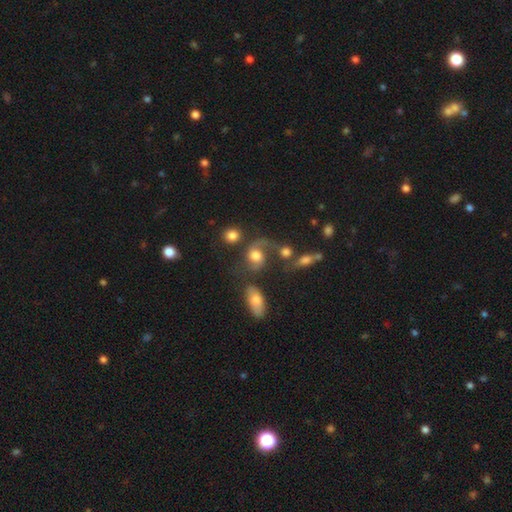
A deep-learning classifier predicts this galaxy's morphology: smooth-or-featured: featured or disk: 53% | smooth: 37% | star or artifact: 10%
  disk-edge-on: no: 96% | yes: 4%
    bar: no: 66% | weak: 28% | strong: 6%
    has-spiral-arms: yes: 85% | no: 15%
    bulge-size: moderate: 45% | large: 36% | small: 9% | dominant: 5% | none: 5%
  merging: none: 34% | major disturbance: 27% | merger: 22% | minor disturbance: 17%